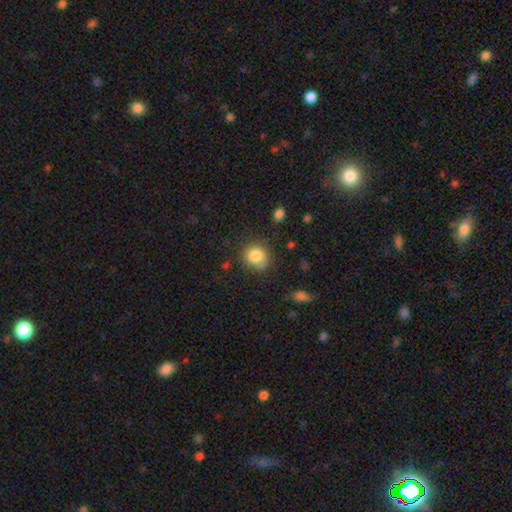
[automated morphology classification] This is clearly a smooth galaxy (83%). How rounded: clearly round (80%). Merging: likely none (70%).